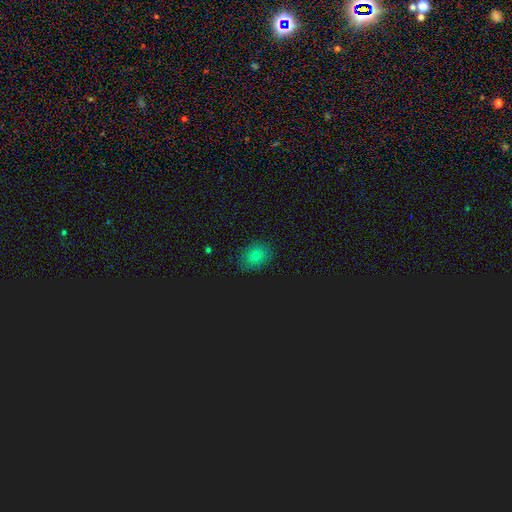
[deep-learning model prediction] This is likely a smooth galaxy (69%). How rounded: possibly in between (52%). Merging: clearly none (87%).